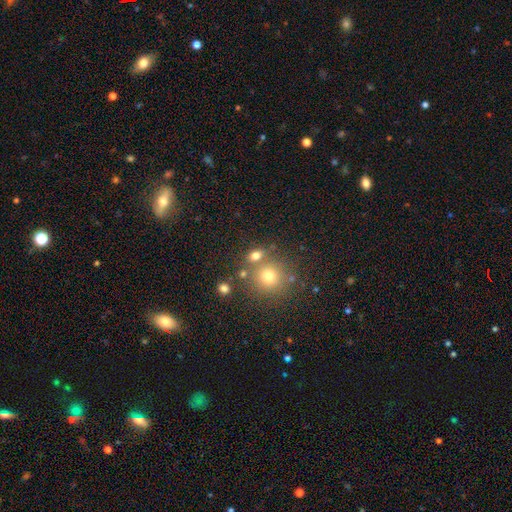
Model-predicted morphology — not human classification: This is likely a smooth galaxy (74%). How rounded: possibly round (60%). Merging: likely none (62%).